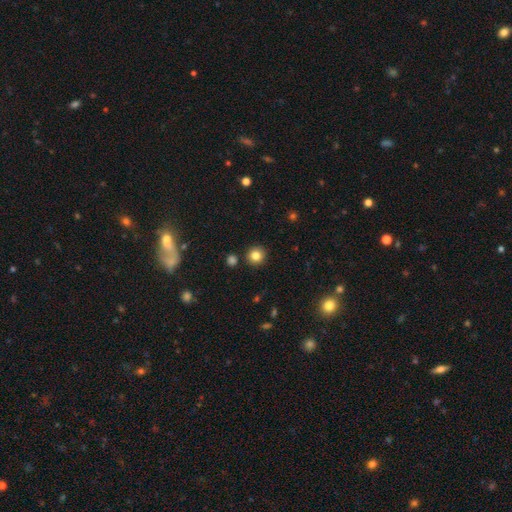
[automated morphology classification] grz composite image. It shows a smooth galaxy with no disk features (83%) that is round (93%). Merging: none (90%).